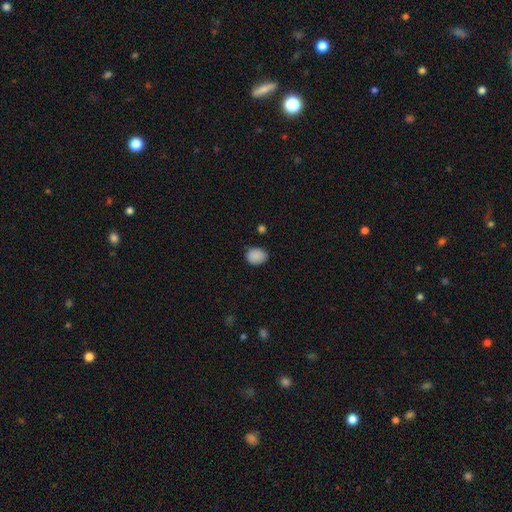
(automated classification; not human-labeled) A smooth galaxy with no disk features (88%) that is round (52%).

Vote fractions:
- Smooth or featured? smooth: 88% / star or artifact: 9% / featured or disk: 3%
- How rounded? round: 52% / in between: 47% / cigar-shaped: 1%
- Merging? none: 80% / minor disturbance: 15% / major disturbance: 3% / merger: 2%